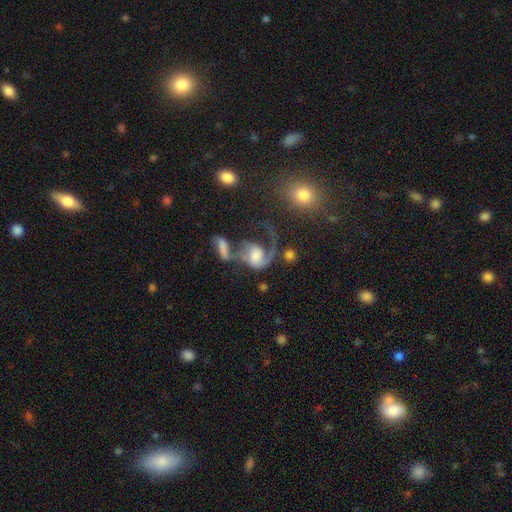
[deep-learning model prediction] Overall: featured or disk (72%). Edge-on disk: no (97%). Bar: no (61%; weak 30%). Spiral arms: yes (88%). Spiral arm count: 1 (53%; 2 40%). Spiral winding: loose (55%; medium 33%). Bulge size: moderate (33%; large 32%). Merging: major disturbance (35%; merger 34%).